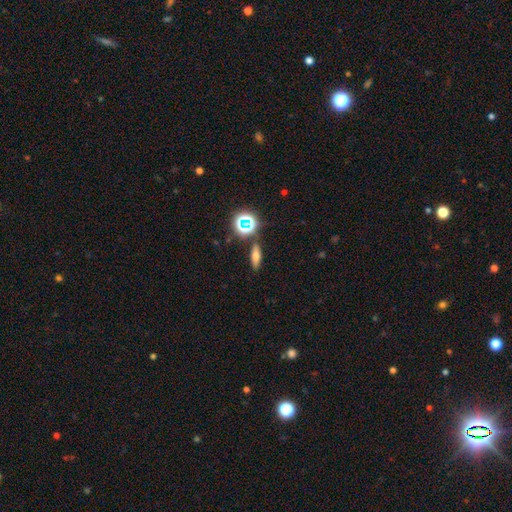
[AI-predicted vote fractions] This is likely a smooth galaxy (60%). How rounded: marginally in between (45%). Merging: clearly none (85%).